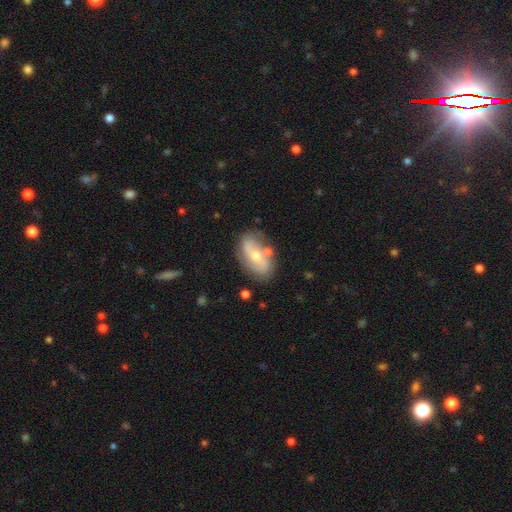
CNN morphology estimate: This is likely a featured or disk galaxy (62%). It is clearly not viewed edge-on (91%). Bar: possibly no (51%). Spiral arm pattern: likely yes (71%). Central bulge: possibly moderate (52%). Merging: likely none (70%).